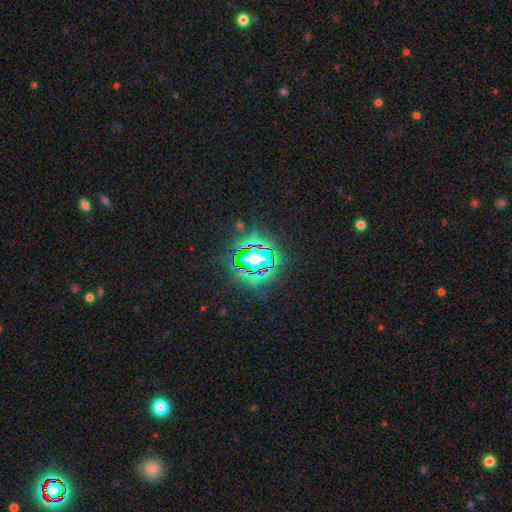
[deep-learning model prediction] Smooth or featured?
  - star or artifact: 81% *
  - smooth: 11%
  - featured or disk: 8%